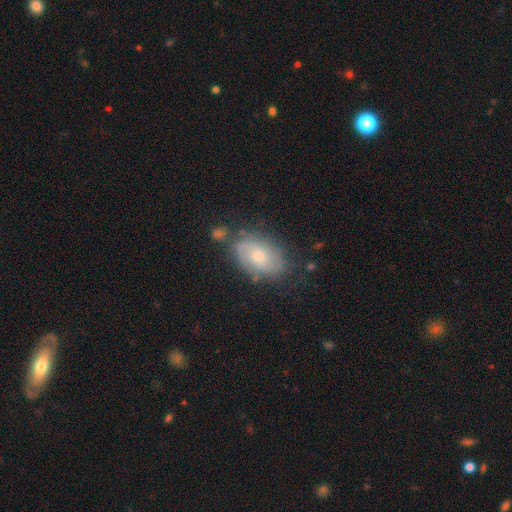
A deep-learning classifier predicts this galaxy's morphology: A featured or disk galaxy (58%) with no bar (71%), spiral arms (81%) and a moderate central bulge (55%). Merging: none (66%).